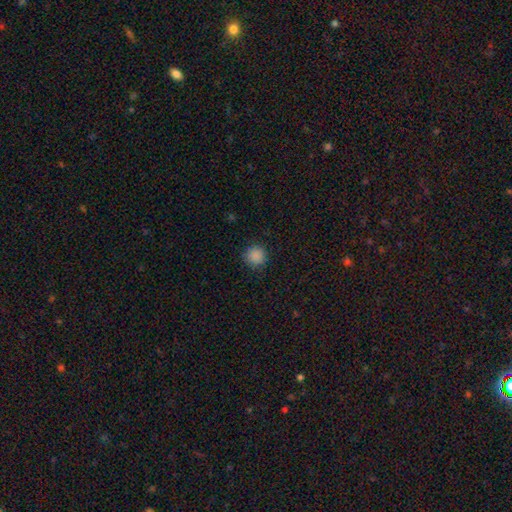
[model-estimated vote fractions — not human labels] The model was most divided on "smooth or featured": smooth: 87%, star or artifact: 10%, featured or disk: 3%. More confident: how rounded — round (94%); merging — none (89%).